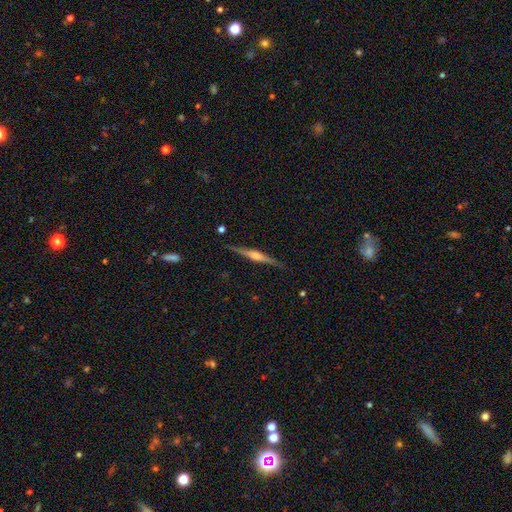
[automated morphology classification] The model was most divided on "smooth or featured": featured or disk: 74%, smooth: 20%, star or artifact: 6%. More confident: edge-on disk — yes (98%); merging — none (88%); edge-on bulge — rounded (75%).